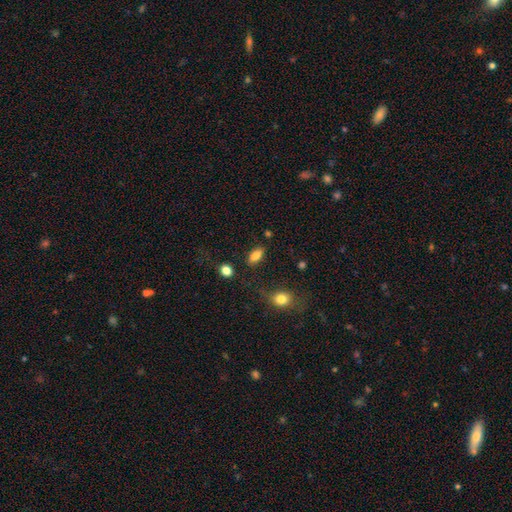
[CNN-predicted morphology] Smooth or featured?
  - smooth: 82% *
  - featured or disk: 9%
  - star or artifact: 9%
How rounded?
  - in between: 86% *
  - cigar-shaped: 9%
  - round: 5%
Merging?
  - none: 81% *
  - minor disturbance: 12%
  - major disturbance: 4%
  - merger: 3%